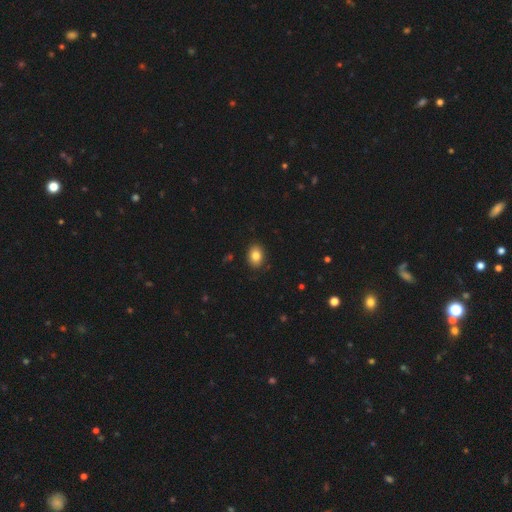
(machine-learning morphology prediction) Smooth or featured? Predicted: smooth (p=0.84). How rounded? Predicted: in between (p=0.73). Merging? Predicted: none (p=0.89).